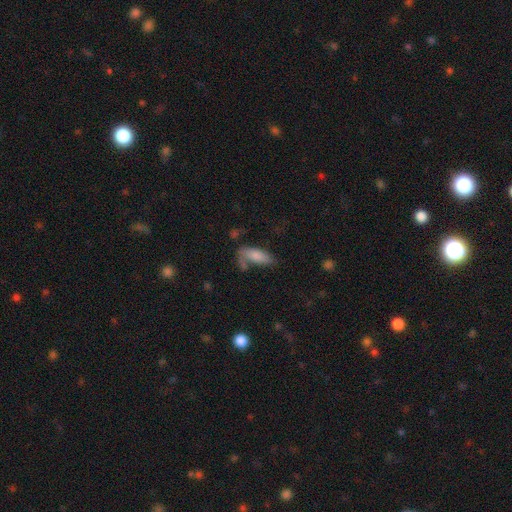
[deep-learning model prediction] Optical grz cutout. It shows a smooth galaxy with no disk features (78%) that is in between round and cigar-shaped (79%). Merging: none (40%).